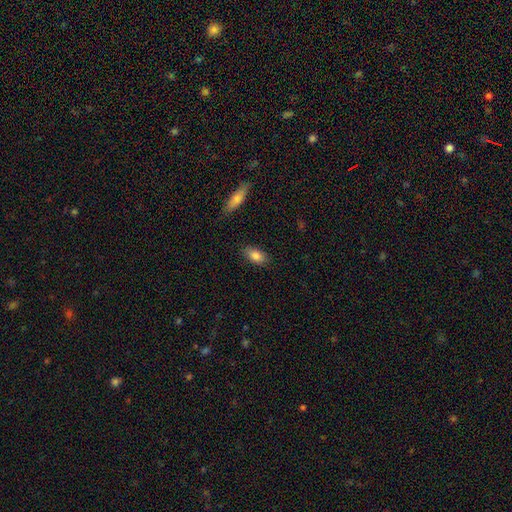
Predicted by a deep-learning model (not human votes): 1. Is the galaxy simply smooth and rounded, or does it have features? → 84% smooth, 9% featured or disk, 7% star or artifact.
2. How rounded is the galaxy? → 89% in between, 6% cigar-shaped, 5% round.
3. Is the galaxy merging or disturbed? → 85% none, 11% minor disturbance, 2% major disturbance, 2% merger.